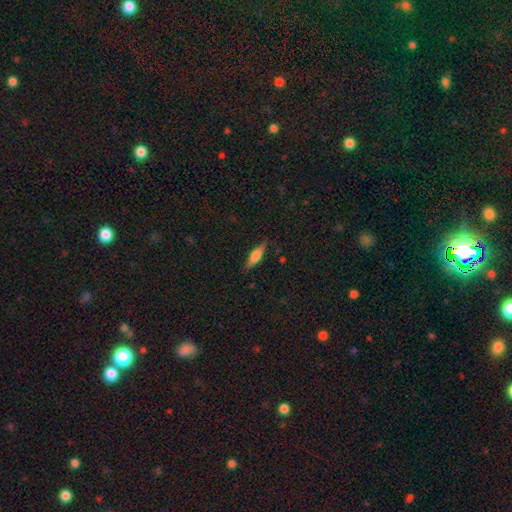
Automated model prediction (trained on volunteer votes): The model was most divided on "smooth or featured": smooth: 49%, featured or disk: 44%, star or artifact: 7%. More confident: merging — none (85%).